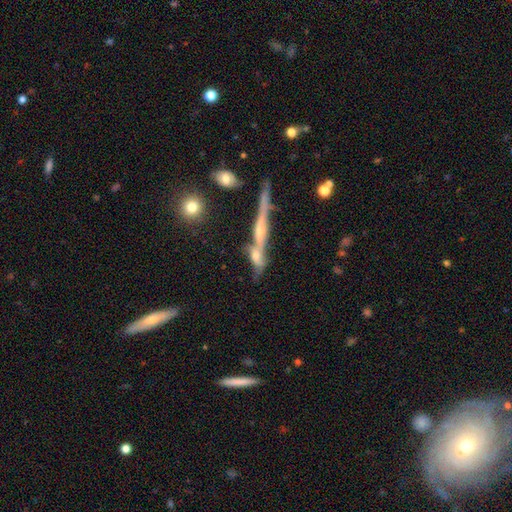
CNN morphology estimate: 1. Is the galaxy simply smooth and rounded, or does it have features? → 46% featured or disk, 42% smooth, 12% star or artifact.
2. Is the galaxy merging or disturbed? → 55% merger, 28% none, 10% minor disturbance, 7% major disturbance.